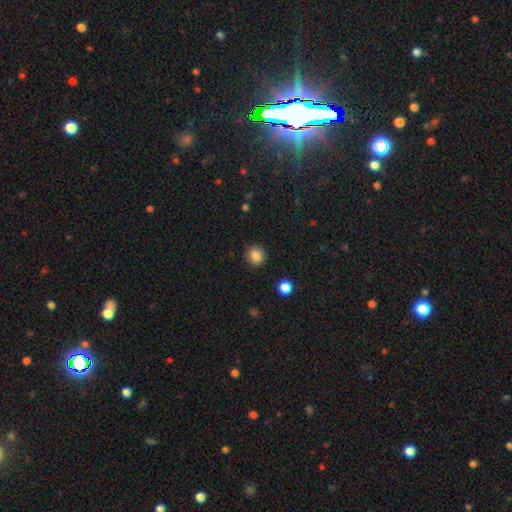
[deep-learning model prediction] smooth 86%, star or artifact 11%, featured or disk 4%. Down the decision tree: how rounded — round (88%); merging — none (90%).